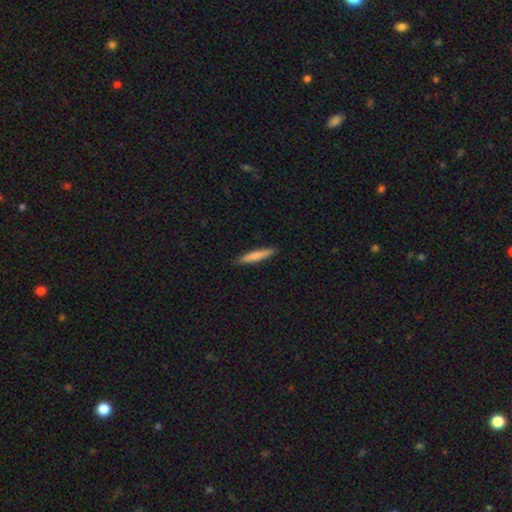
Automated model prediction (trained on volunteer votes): Q: Smooth or featured?
A: smooth (78%); runner-up: featured or disk (17%)
Q: How rounded?
A: cigar-shaped (92%); runner-up: in between (7%)
Q: Merging?
A: none (89%); runner-up: minor disturbance (9%)